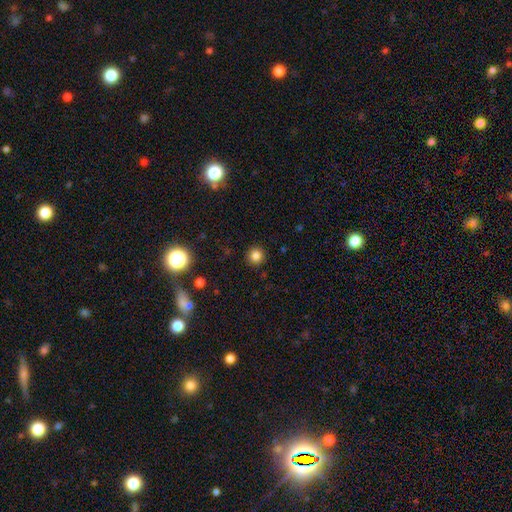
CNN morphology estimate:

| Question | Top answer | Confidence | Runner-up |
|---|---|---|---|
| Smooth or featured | smooth | 81% | star or artifact (14%) |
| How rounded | round | 94% | in between (5%) |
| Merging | none | 91% | minor disturbance (6%) |